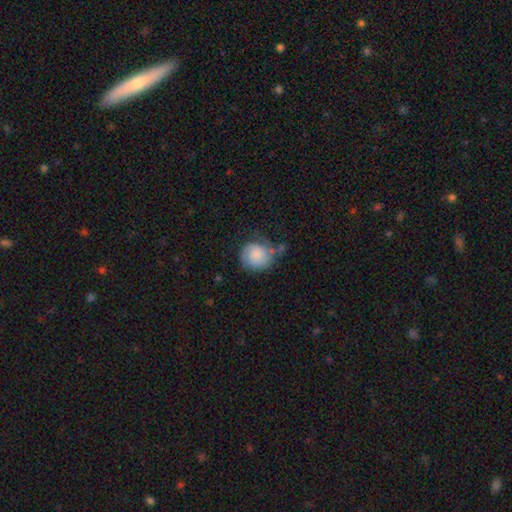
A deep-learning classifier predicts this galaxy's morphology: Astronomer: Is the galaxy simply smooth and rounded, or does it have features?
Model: smooth — 73%.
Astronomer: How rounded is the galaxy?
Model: round — 81%.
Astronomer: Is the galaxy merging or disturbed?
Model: none — 49% (runner-up: minor disturbance, 31%).